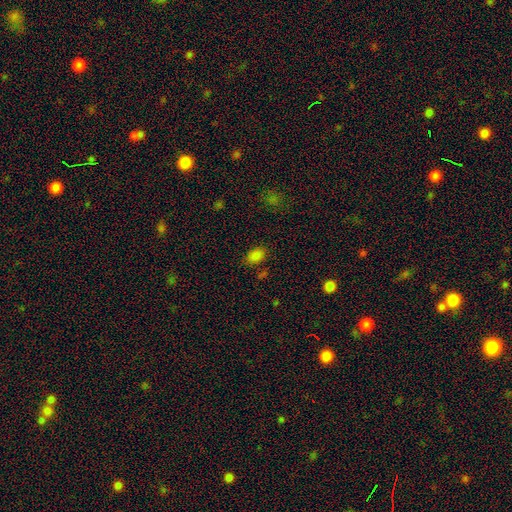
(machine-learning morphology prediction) This appears to be a smooth galaxy with no disk features (82%) that is in between round and cigar-shaped (85%). Merging: none (77%).